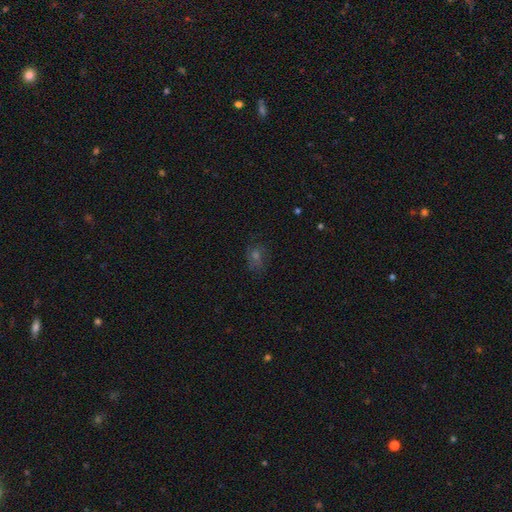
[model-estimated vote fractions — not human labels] A smooth galaxy with no disk features (45%). Merging: none (75%).